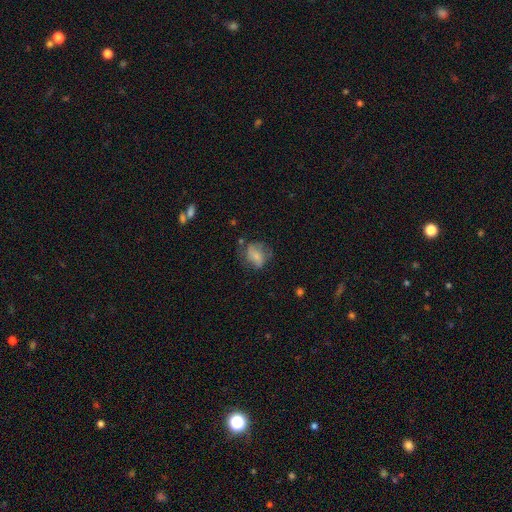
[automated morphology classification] Smooth or featured? Predicted: smooth (p=0.55). How rounded? Predicted: in between (p=0.55). Merging? Predicted: none (p=0.47).